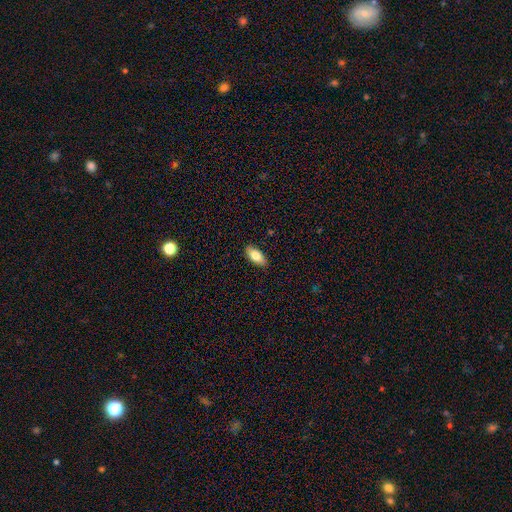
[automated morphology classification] Smooth or featured: smooth — 77% (featured or disk — 16%)
How rounded: in between — 83% (cigar-shaped — 14%)
Merging: none — 89% (minor disturbance — 8%)